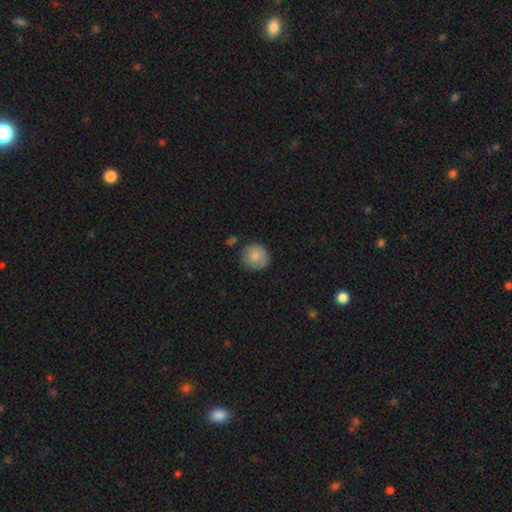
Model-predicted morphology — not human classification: Overall: smooth (86%). How rounded: round (92%). Merging: none (78%).